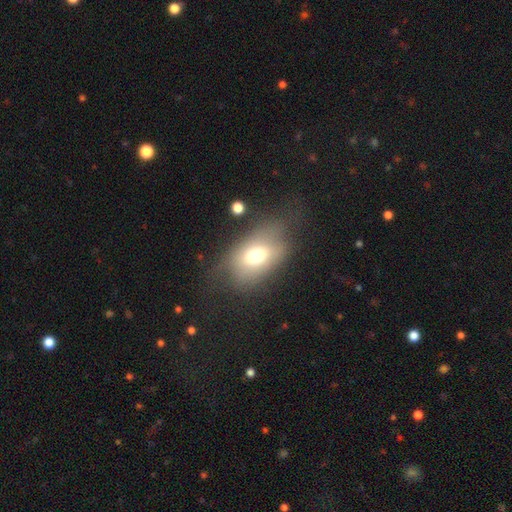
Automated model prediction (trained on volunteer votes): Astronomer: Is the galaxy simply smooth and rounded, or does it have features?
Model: smooth — 67%.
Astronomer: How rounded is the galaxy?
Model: in between — 83%.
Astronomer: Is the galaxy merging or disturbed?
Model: none — 48% (runner-up: minor disturbance, 26%).